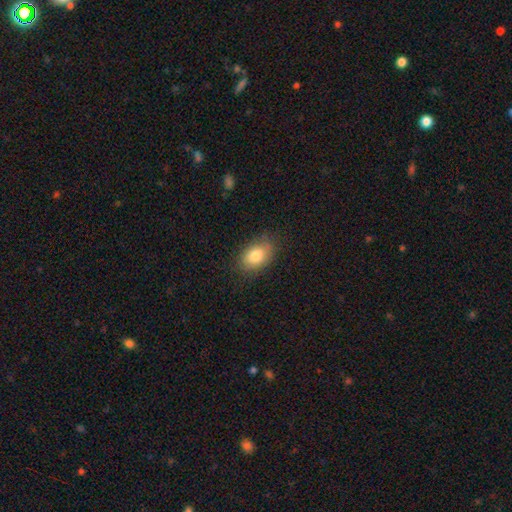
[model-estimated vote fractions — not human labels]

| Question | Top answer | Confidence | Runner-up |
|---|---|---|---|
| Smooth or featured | smooth | 81% | featured or disk (11%) |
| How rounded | in between | 87% | round (12%) |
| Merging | none | 79% | minor disturbance (16%) |